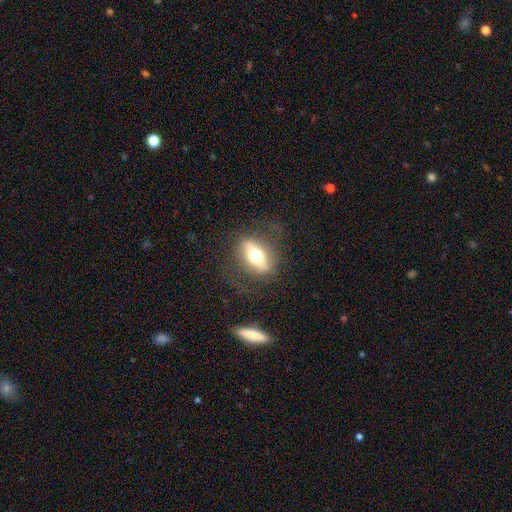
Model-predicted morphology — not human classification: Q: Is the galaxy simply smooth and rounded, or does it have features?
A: featured or disk — 49%.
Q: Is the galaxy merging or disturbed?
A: none — 77%.